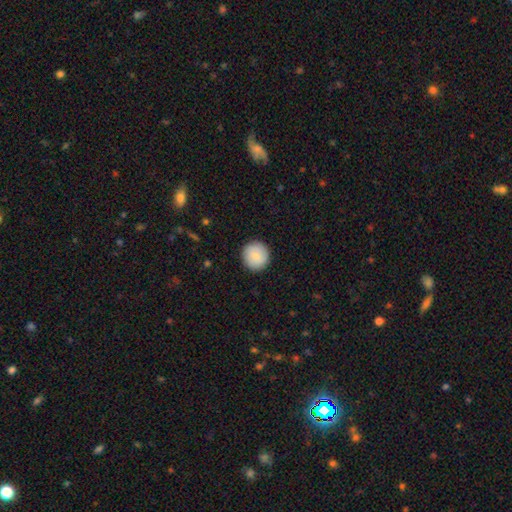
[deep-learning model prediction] Smooth or featured? Predicted: smooth (p=0.85). How rounded? Predicted: round (p=0.95). Merging? Predicted: none (p=0.92).